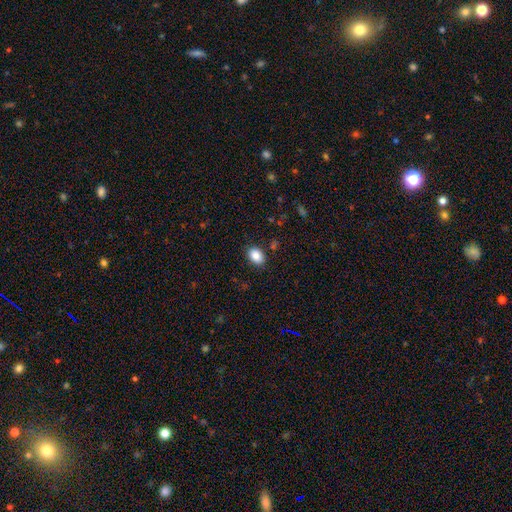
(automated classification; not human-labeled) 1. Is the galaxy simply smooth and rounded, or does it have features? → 86% smooth, 9% star or artifact, 5% featured or disk.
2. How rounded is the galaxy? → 74% in between, 25% round, 1% cigar-shaped.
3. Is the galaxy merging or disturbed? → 87% none, 9% minor disturbance, 2% major disturbance, 2% merger.